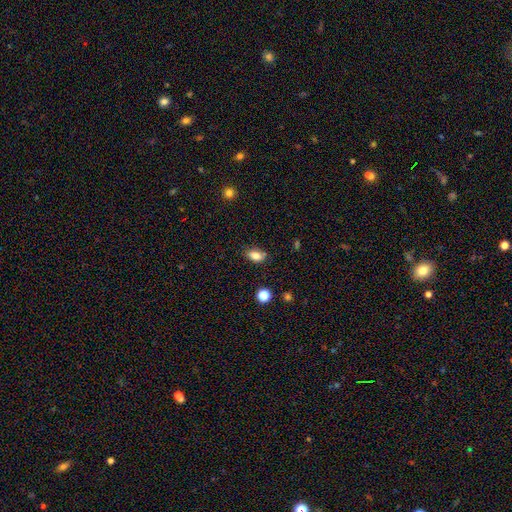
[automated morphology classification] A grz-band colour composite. It shows a smooth galaxy with no disk features (81%) that is in between round and cigar-shaped (86%). Merging: none (74%).